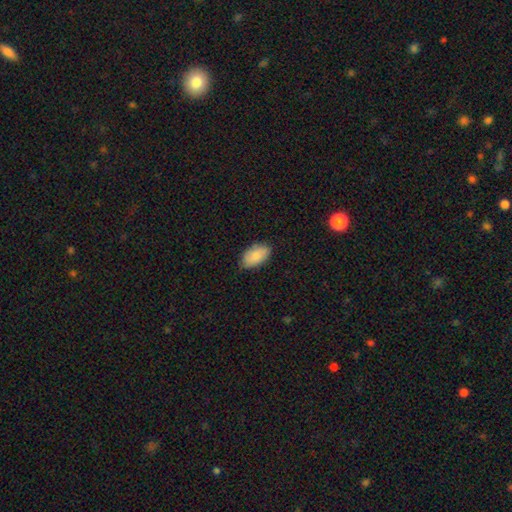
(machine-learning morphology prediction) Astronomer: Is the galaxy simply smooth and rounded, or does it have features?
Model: smooth — 86%.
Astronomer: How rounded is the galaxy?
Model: in between — 95%.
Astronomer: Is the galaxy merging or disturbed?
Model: none — 79%.